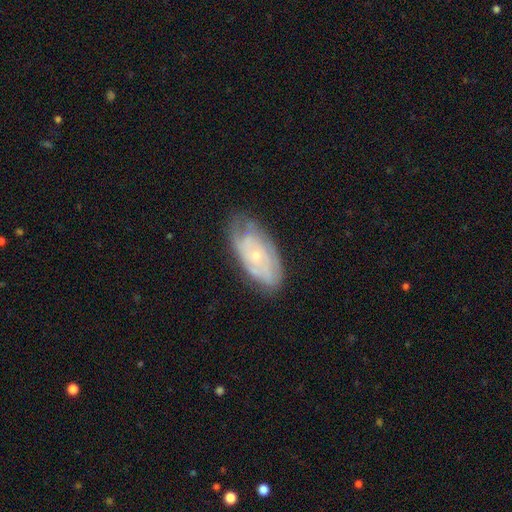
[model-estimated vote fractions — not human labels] Overall: featured or disk (69%). Edge-on disk: no (92%). Bar: no (81%). Spiral arms: yes (81%). Spiral arm count: can't tell (56%; 2 19%). Spiral winding: tight (66%; medium 26%). Bulge size: small (73%). Merging: none (68%).